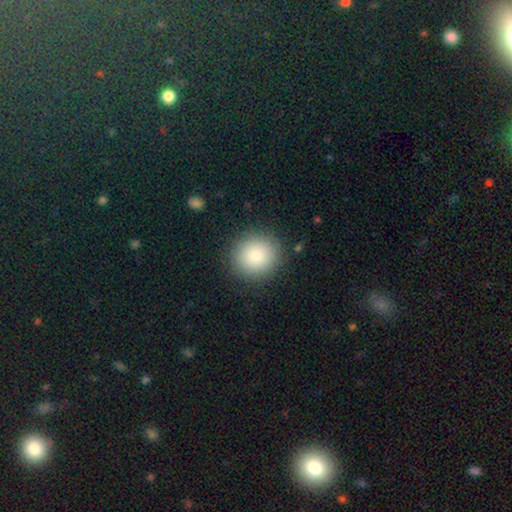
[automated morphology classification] Overall: smooth (86%). How rounded: round (90%). Merging: none (89%).